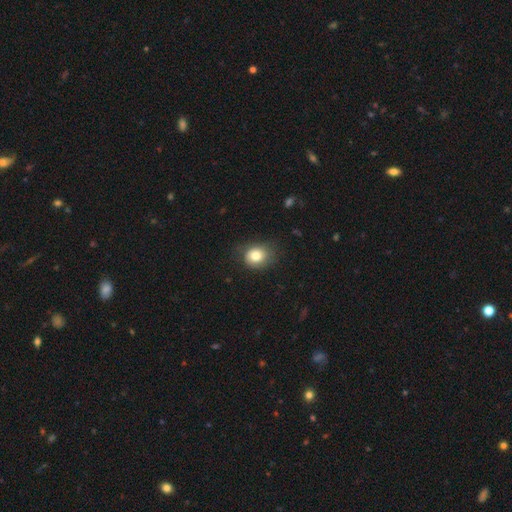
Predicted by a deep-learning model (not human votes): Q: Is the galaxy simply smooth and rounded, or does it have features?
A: smooth — 80%.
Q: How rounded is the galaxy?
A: round — 61%.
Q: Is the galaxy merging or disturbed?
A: none — 68%.